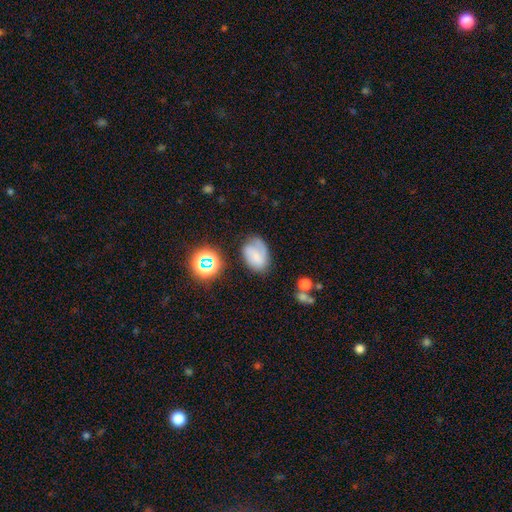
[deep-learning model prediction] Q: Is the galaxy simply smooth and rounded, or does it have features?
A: smooth — 52%.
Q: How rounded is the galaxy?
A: in between — 78%.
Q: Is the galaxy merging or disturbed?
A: none — 51%.